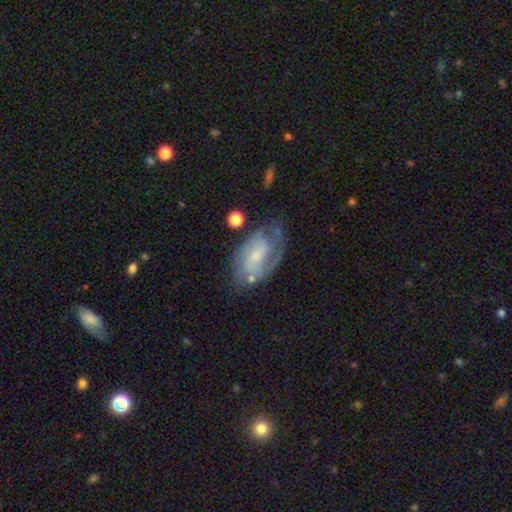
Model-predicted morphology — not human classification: A featured or disk galaxy (73%) with no bar (48%), 2 (47%) tight (44%) spiral arms (87%) and a small central bulge (58%).

Vote fractions:
- Smooth or featured? featured or disk: 73% / smooth: 20% / star or artifact: 7%
- Edge-on disk? no: 96% / yes: 4%
- Bar? no: 48% / weak: 42% / strong: 10%
- Spiral arms? yes: 87% / no: 13%
- Spiral winding? tight: 44% / medium: 40% / loose: 15%
- Spiral arm count? 2: 47% / can't tell: 24% / 1: 20% / 3: 5% / 4: 2% / more than 4: 2%
- Bulge size? small: 58% / moderate: 26% / none: 12% / large: 3% / dominant: 1%
- Merging? none: 56% / minor disturbance: 24% / major disturbance: 15% / merger: 4%